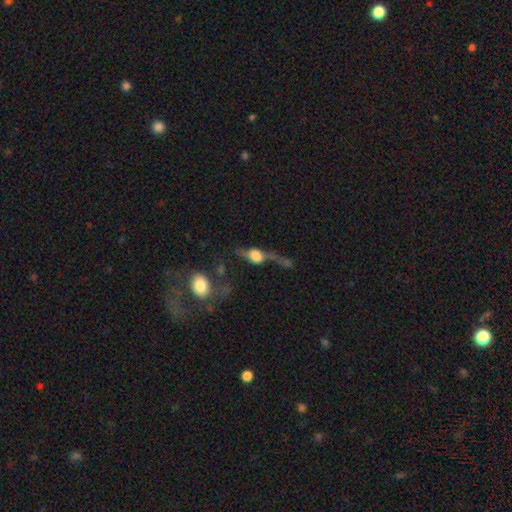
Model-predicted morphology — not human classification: This appears to be a featured or disk galaxy (57%) viewed edge-on (68%). Merging: none (35%).